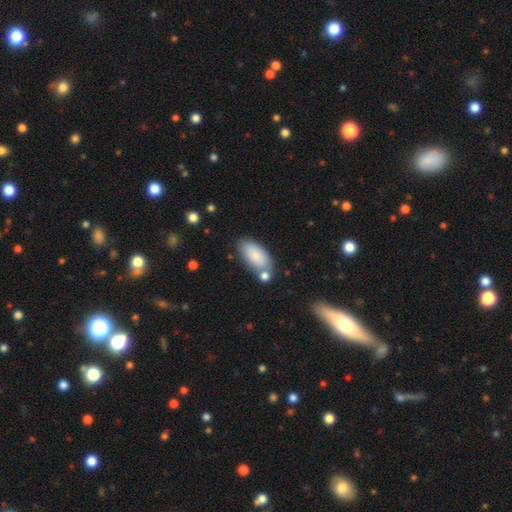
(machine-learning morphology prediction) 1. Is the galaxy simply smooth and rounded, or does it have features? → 85% smooth, 9% featured or disk, 6% star or artifact.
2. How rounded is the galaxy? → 91% in between, 7% cigar-shaped, 2% round.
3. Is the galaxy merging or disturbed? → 65% none, 15% minor disturbance, 15% merger, 4% major disturbance.